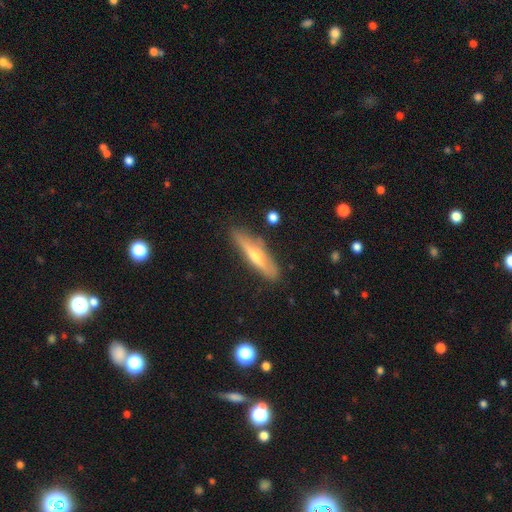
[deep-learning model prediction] This appears to be a featured or disk galaxy (56%) viewed edge-on (90%) with a rounded central bulge (81%). Merging: none (79%).